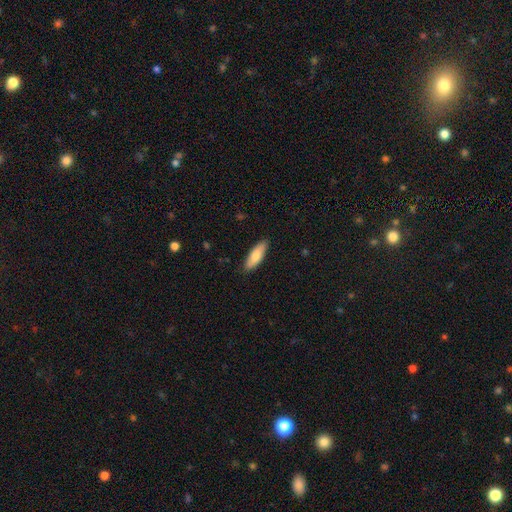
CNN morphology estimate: Smooth or featured?
  - smooth: 80% *
  - featured or disk: 14%
  - star or artifact: 5%
How rounded?
  - in between: 63% *
  - cigar-shaped: 35%
  - round: 2%
Merging?
  - none: 87% *
  - minor disturbance: 11%
  - major disturbance: 2%
  - merger: 1%